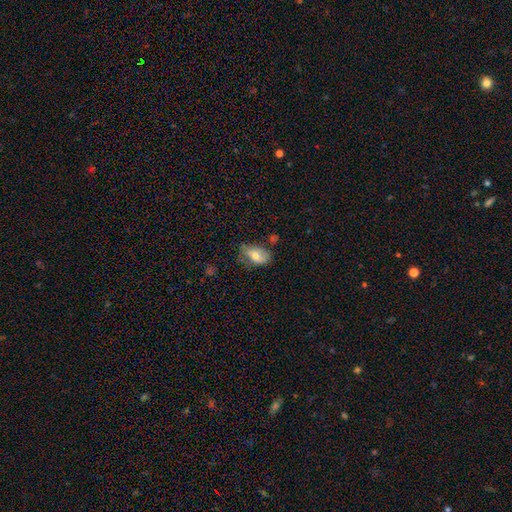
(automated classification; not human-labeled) This appears to be a smooth galaxy with no disk features (65%) that is in between round and cigar-shaped (89%). Merging: none (55%).